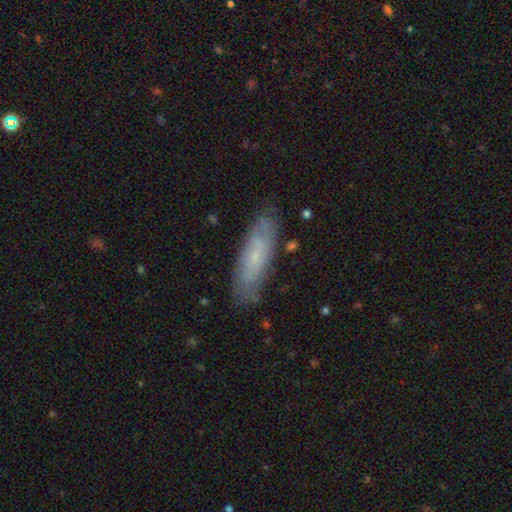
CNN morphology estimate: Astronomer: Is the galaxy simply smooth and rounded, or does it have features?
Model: smooth — 49% (runner-up: featured or disk, 44%).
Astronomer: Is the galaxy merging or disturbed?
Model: none — 80%.